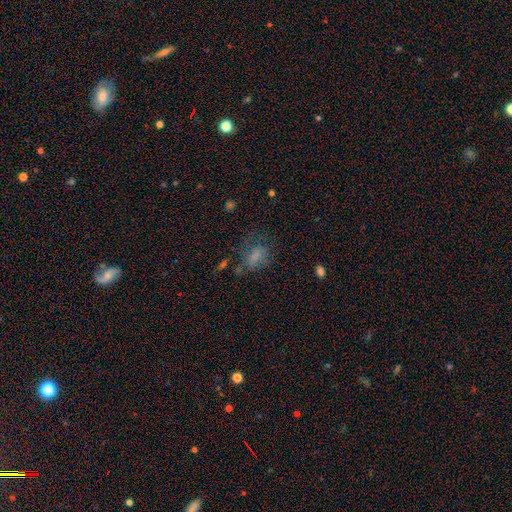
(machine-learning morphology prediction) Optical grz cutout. It shows a smooth galaxy with no disk features (62%) that is in between round and cigar-shaped (73%). Merging: none (38%).